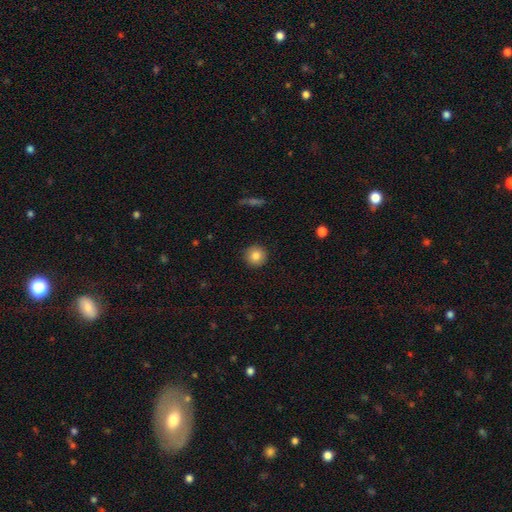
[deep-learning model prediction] The model was most divided on "smooth or featured": smooth: 84%, star or artifact: 9%, featured or disk: 8%. More confident: how rounded — round (95%); merging — none (91%).